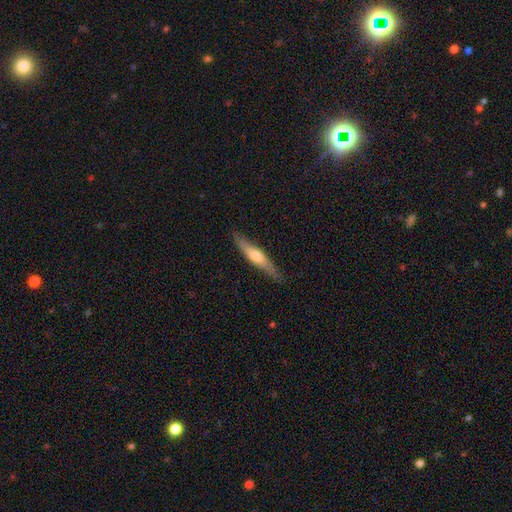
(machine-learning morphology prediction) Smooth or featured?
  - featured or disk: 51% *
  - smooth: 44%
  - star or artifact: 6%
Edge-on disk?
  - yes: 88% *
  - no: 12%
Merging?
  - none: 84% *
  - minor disturbance: 12%
  - major disturbance: 2%
  - merger: 1%